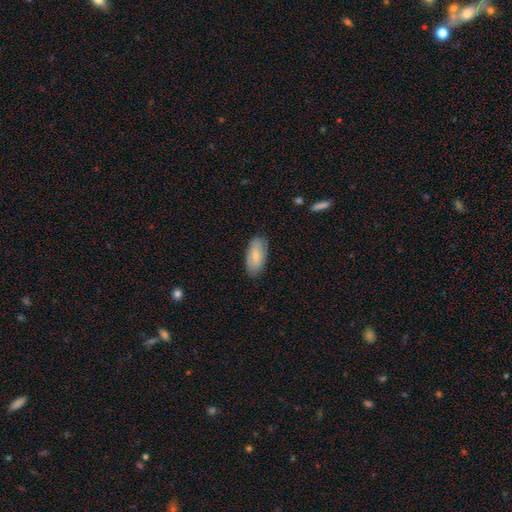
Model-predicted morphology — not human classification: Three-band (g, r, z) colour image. It shows a smooth galaxy with no disk features (72%) that is in between round and cigar-shaped (91%). Merging: none (81%).